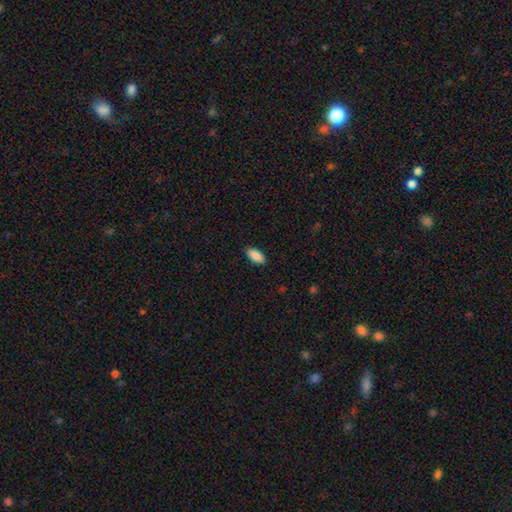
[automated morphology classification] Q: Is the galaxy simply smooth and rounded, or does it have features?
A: smooth — 89%.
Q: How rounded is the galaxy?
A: in between — 87%.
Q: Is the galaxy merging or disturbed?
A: none — 89%.